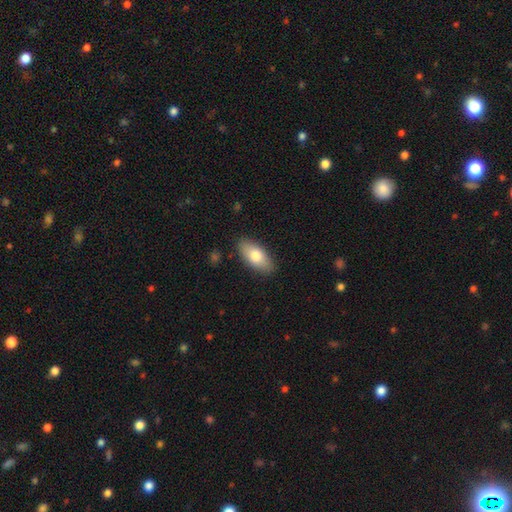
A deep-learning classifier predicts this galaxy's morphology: smooth_or_featured: smooth (p=0.76) [alt: featured or disk p=0.18]
how_rounded: in between (p=0.88) [alt: cigar-shaped p=0.08]
merging: none (p=0.87) [alt: minor disturbance p=0.10]